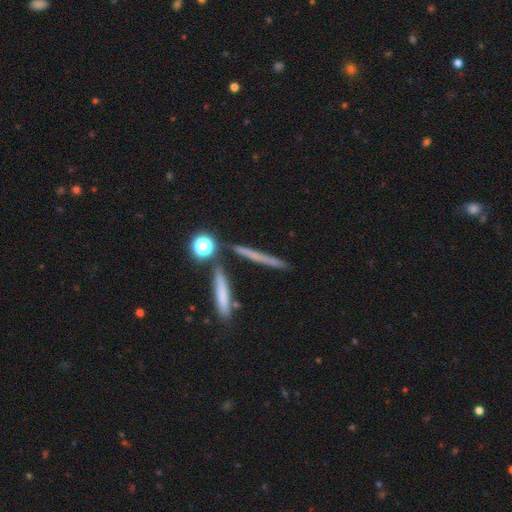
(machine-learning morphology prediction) This appears to be a smooth galaxy with no disk features (46%). Merging: none (79%).